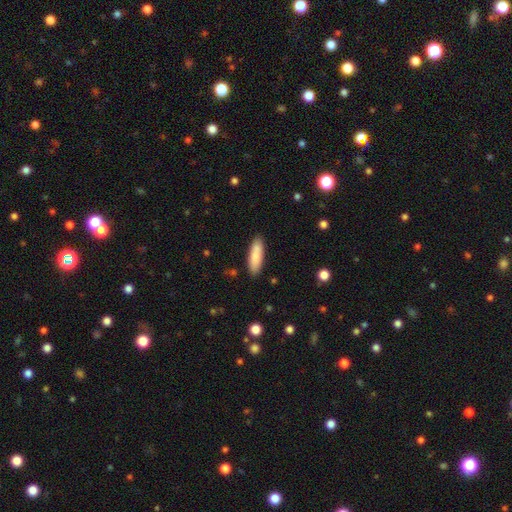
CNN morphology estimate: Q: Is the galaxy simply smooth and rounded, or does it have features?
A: smooth — 84%.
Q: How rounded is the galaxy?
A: cigar-shaped — 51%.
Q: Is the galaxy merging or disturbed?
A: none — 85%.